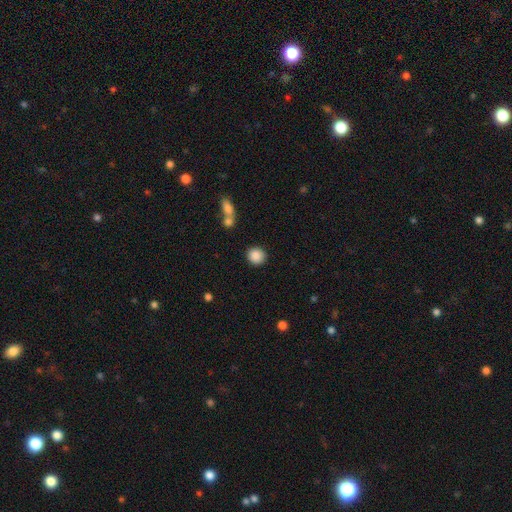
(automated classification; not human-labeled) Smooth or featured? smooth (88%)
How rounded? round (87%)
Merging? none (86%)